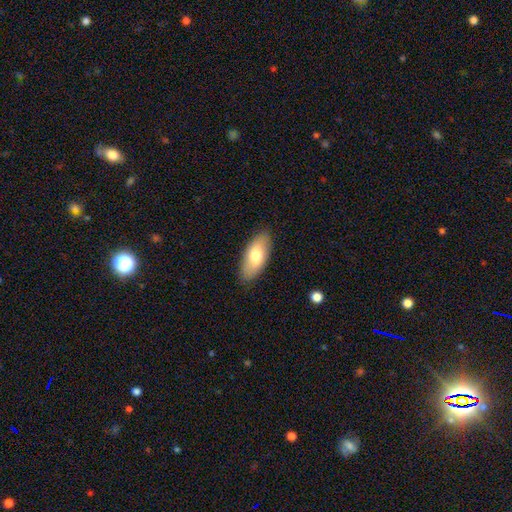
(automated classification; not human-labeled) Smooth or featured? Predicted: smooth (p=0.74). How rounded? Predicted: in between (p=0.85). Merging? Predicted: none (p=0.87).